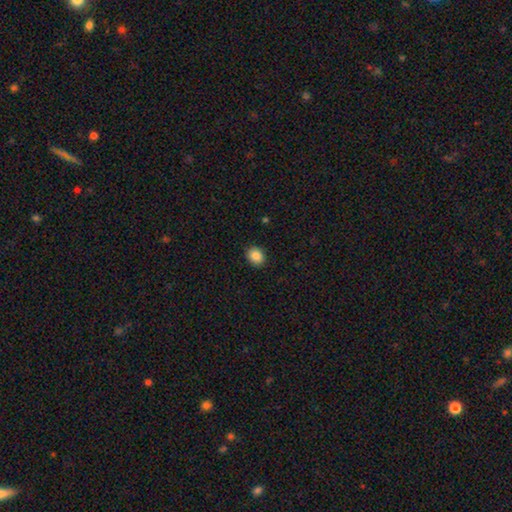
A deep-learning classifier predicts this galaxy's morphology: smooth_or_featured: smooth (p=0.87) [alt: star or artifact p=0.09]
how_rounded: round (p=0.57) [alt: in between p=0.42]
merging: none (p=0.90) [alt: minor disturbance p=0.07]